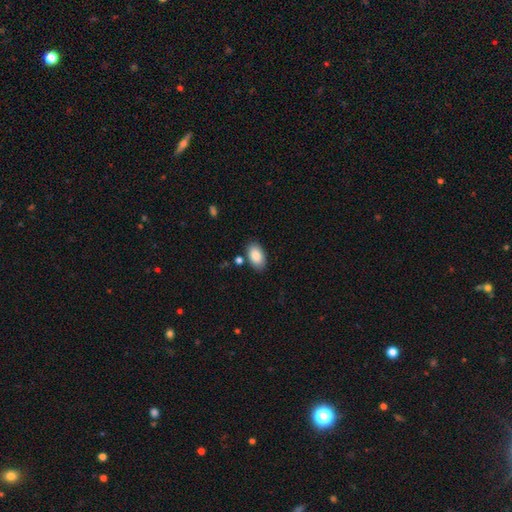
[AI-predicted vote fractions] Morphology: type=smooth (88%); roundness=in between (94%); merging=none (82%).